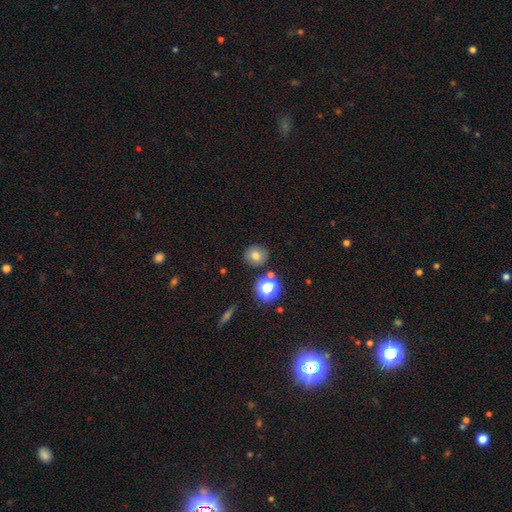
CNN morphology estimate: A smooth galaxy with no disk features (73%) that is round (85%). Merging: none (83%).